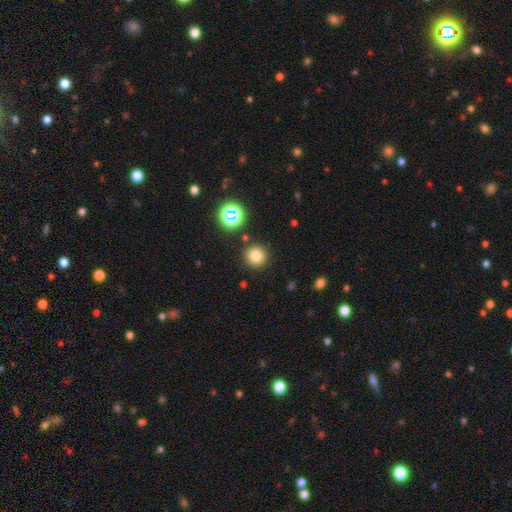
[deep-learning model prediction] The model was most divided on "smooth or featured": smooth: 78%, star or artifact: 16%, featured or disk: 7%. More confident: how rounded — round (95%); merging — none (88%).